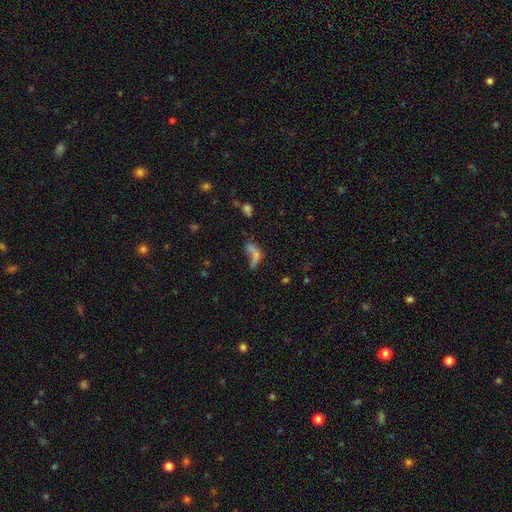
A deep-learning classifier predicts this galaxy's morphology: smooth-or-featured: smooth: 57% | featured or disk: 24% | star or artifact: 19%
  how-rounded: in between: 63% | cigar-shaped: 27% | round: 10%
  merging: merger: 31% | major disturbance: 30% | none: 25% | minor disturbance: 14%